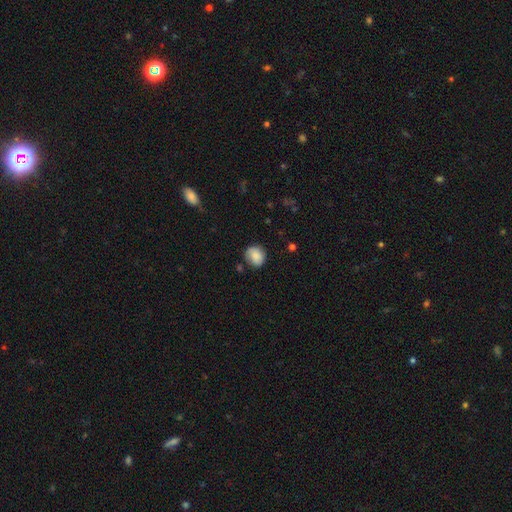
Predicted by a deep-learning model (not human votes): Morphology: type=smooth (77%); roundness=round (75%); merging=none (74%).